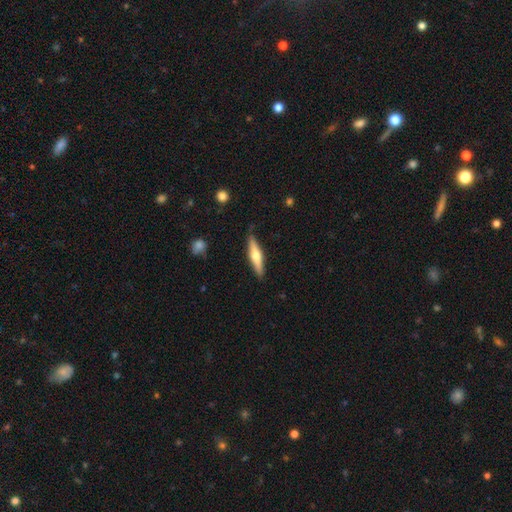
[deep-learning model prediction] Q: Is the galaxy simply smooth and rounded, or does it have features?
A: featured or disk — 54%.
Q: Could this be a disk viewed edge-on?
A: yes — 95%.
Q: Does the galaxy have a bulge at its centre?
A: rounded — 91%.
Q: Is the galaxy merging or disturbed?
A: none — 85%.